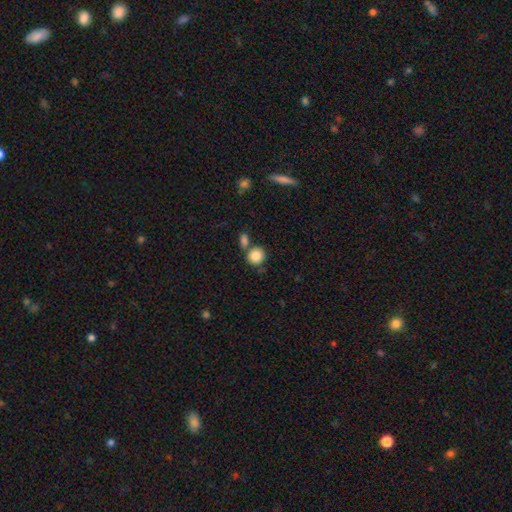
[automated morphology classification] smooth 85%, star or artifact 9%, featured or disk 6%. Down the decision tree: how rounded — round (85%); merging — none (65%).